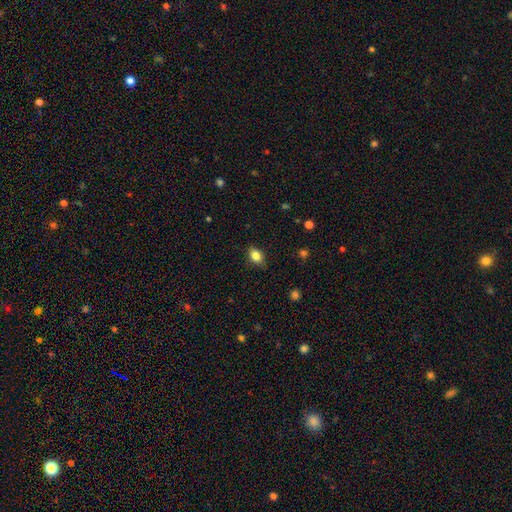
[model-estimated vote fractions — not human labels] Smooth or featured: smooth — 84% (star or artifact — 9%)
How rounded: in between — 74% (round — 24%)
Merging: none — 82% (minor disturbance — 14%)